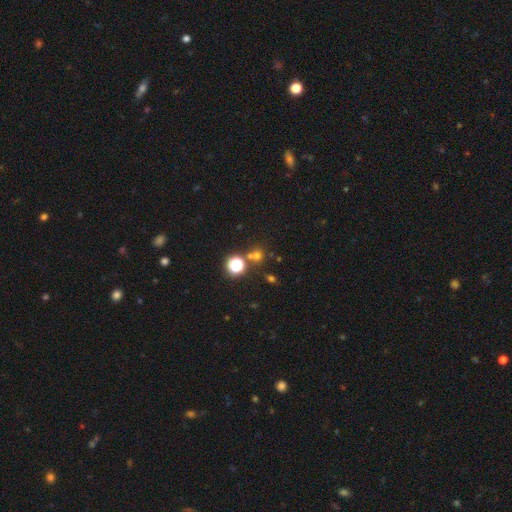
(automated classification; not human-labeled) Q: Smooth or featured?
A: smooth (57%); runner-up: star or artifact (35%)
Q: How rounded?
A: round (87%); runner-up: in between (12%)
Q: Merging?
A: none (68%); runner-up: merger (20%)